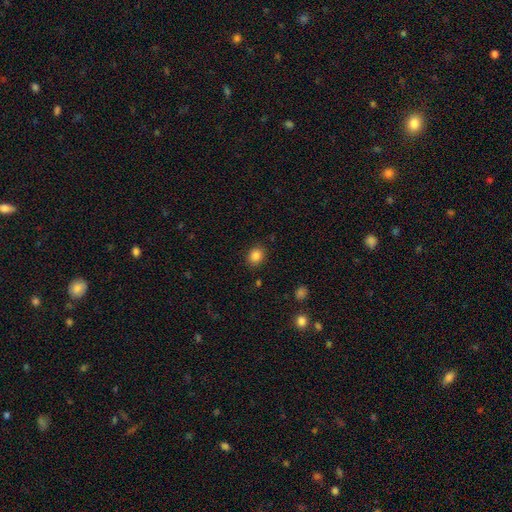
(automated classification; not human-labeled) This appears to be a smooth galaxy with no disk features (86%) that is round (56%). Merging: none (87%).